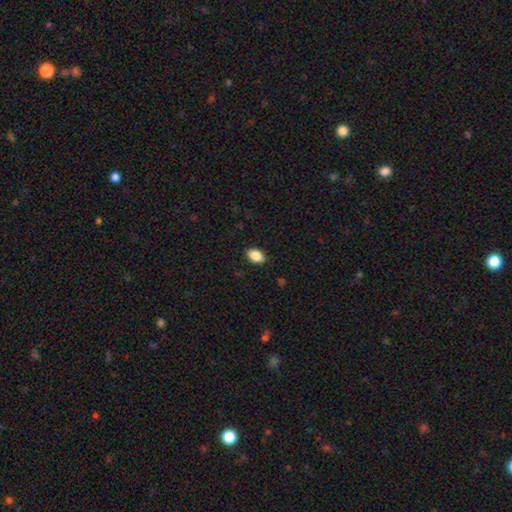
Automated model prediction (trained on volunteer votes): Morphology: type=smooth (88%); roundness=in between (87%); merging=none (88%).